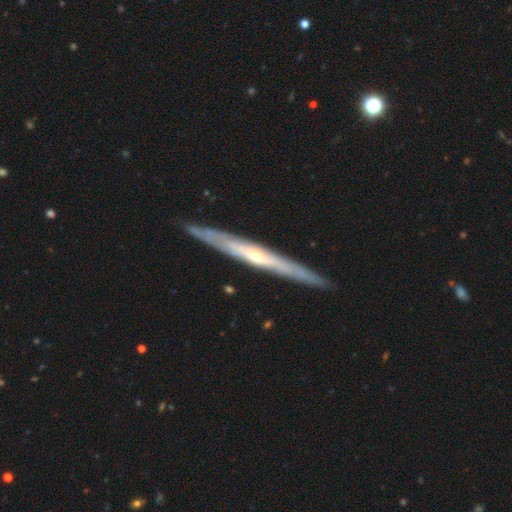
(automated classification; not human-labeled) This is likely a featured or disk galaxy (78%). It is clearly viewed edge-on (91%). Edge-on bulge: possibly rounded (56%). Merging: clearly none (89%).